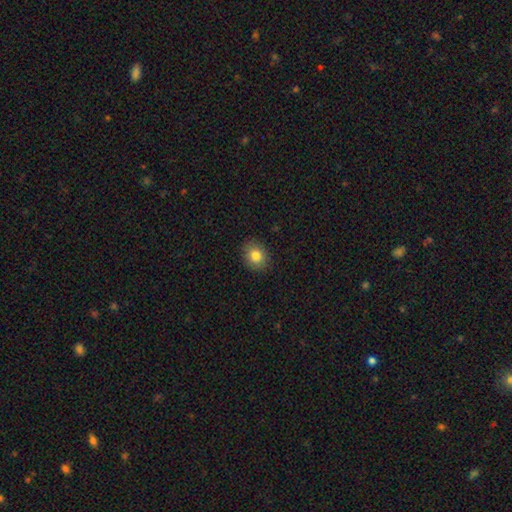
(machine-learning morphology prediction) smooth 82%, star or artifact 10%, featured or disk 8%. Down the decision tree: how rounded — round (61%); merging — none (89%).